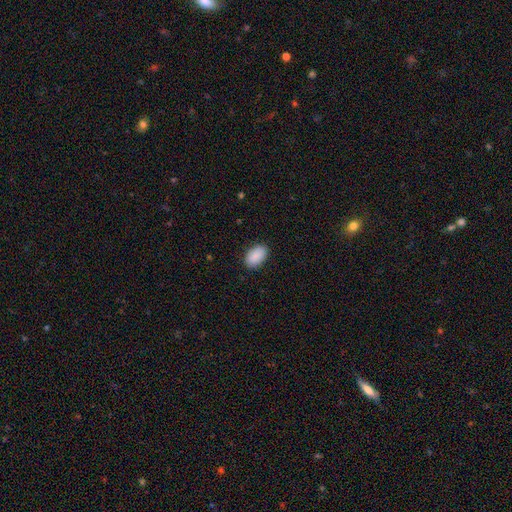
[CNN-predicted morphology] A smooth galaxy with no disk features (90%) that is in between round and cigar-shaped (93%).

Vote fractions:
- Smooth or featured? smooth: 90% / star or artifact: 6% / featured or disk: 4%
- How rounded? in between: 93% / round: 5% / cigar-shaped: 1%
- Merging? none: 88% / minor disturbance: 9% / major disturbance: 2% / merger: 1%